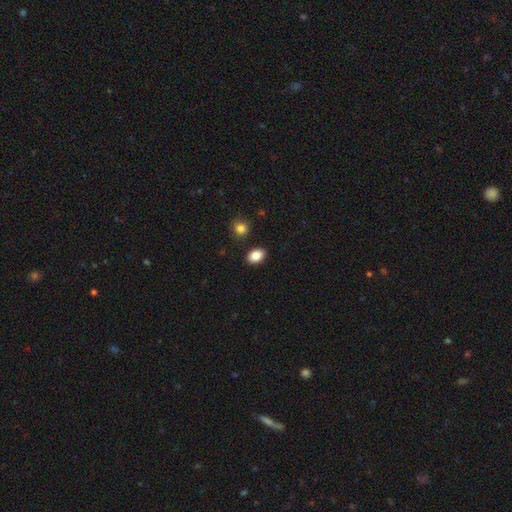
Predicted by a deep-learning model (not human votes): Smooth or featured? smooth (87%)
How rounded? in between (83%)
Merging? none (87%)